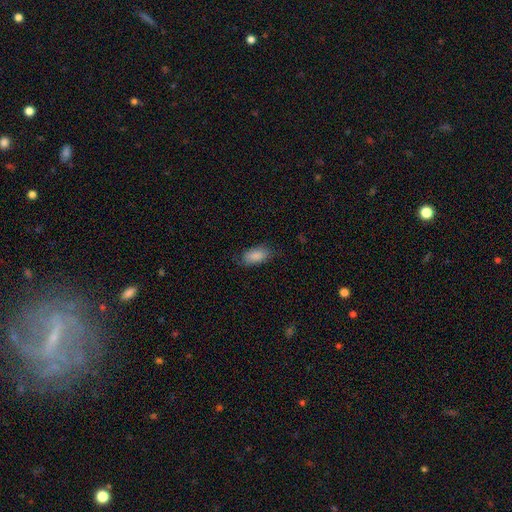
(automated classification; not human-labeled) This appears to be a smooth galaxy with no disk features (87%) that is in between round and cigar-shaped (91%). Merging: none (76%).